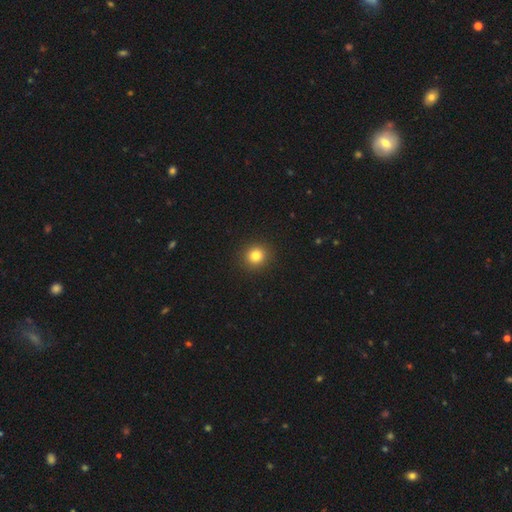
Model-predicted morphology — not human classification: Smooth or featured: smooth — 82% (star or artifact — 12%)
How rounded: round — 89% (in between — 10%)
Merging: none — 92% (minor disturbance — 5%)